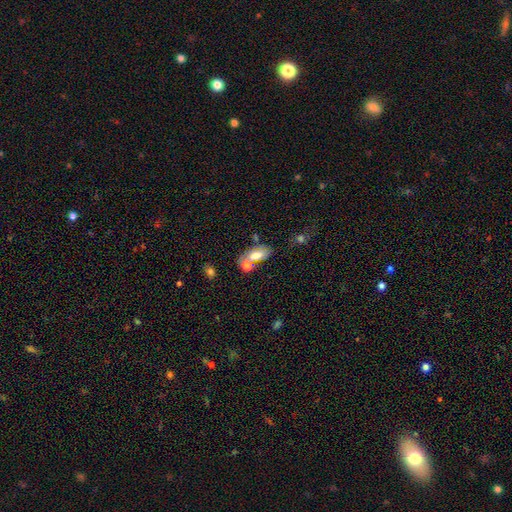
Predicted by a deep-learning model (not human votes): Overall: smooth (67%). How rounded: in between (89%). Merging: none (47%; merger 31%).